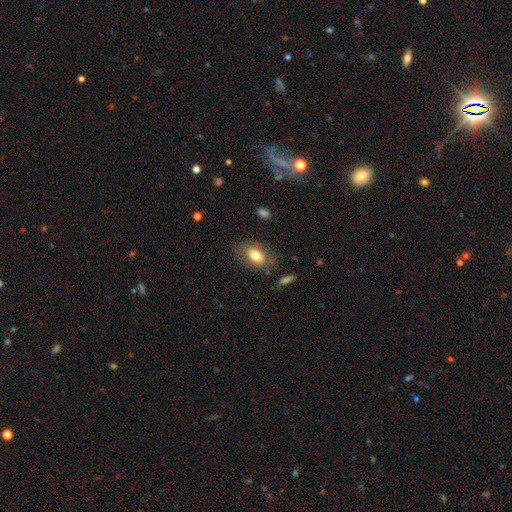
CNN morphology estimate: This is likely a smooth galaxy (71%). How rounded: clearly in between (87%). Merging: likely none (74%).